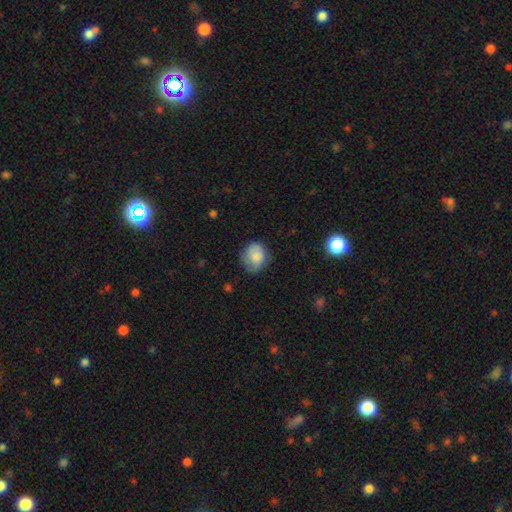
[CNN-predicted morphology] smooth-or-featured: smooth: 78% | featured or disk: 14% | star or artifact: 8%
  how-rounded: round: 64% | in between: 36% | cigar-shaped: 1%
  merging: none: 64% | minor disturbance: 26% | major disturbance: 8% | merger: 1%